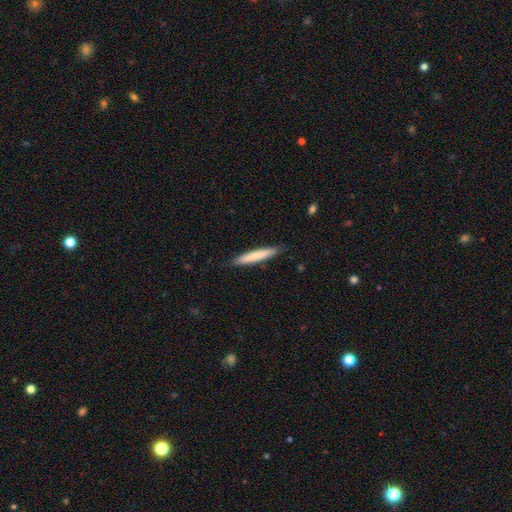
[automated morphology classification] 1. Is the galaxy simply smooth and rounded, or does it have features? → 76% smooth, 19% featured or disk, 5% star or artifact.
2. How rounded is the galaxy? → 94% cigar-shaped, 5% in between, 1% round.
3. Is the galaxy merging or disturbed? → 88% none, 9% minor disturbance, 1% major disturbance, 1% merger.